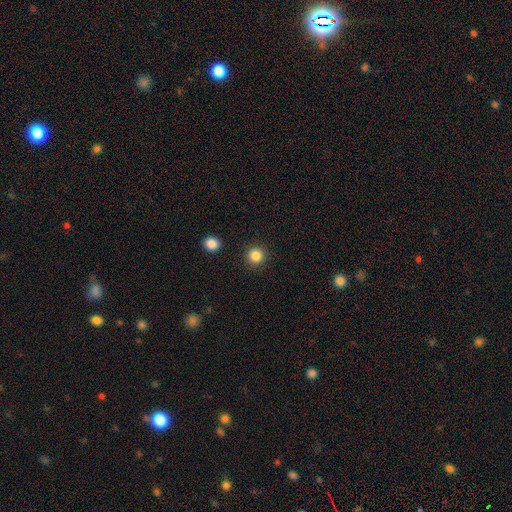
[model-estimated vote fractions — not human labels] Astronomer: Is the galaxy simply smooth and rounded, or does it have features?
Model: smooth — 85%.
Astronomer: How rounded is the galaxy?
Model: round — 94%.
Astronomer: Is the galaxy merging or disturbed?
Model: none — 91%.